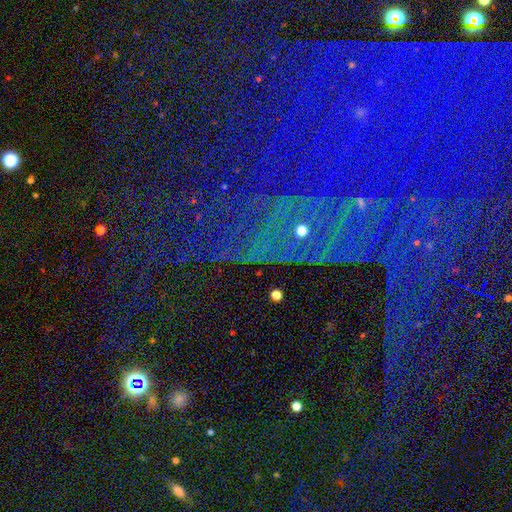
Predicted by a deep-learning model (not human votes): The model was most divided on "smooth or featured": star or artifact: 76%, featured or disk: 13%, smooth: 11%.